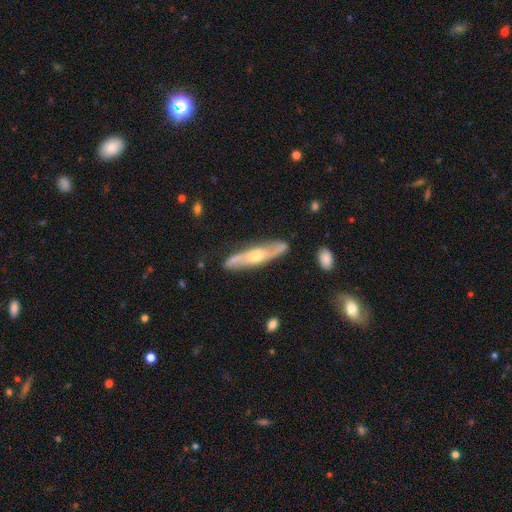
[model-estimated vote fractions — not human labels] Q: Smooth or featured?
A: featured or disk (73%); runner-up: smooth (21%)
Q: Edge-on disk?
A: yes (54%); runner-up: no (46%)
Q: Merging?
A: none (82%); runner-up: minor disturbance (13%)